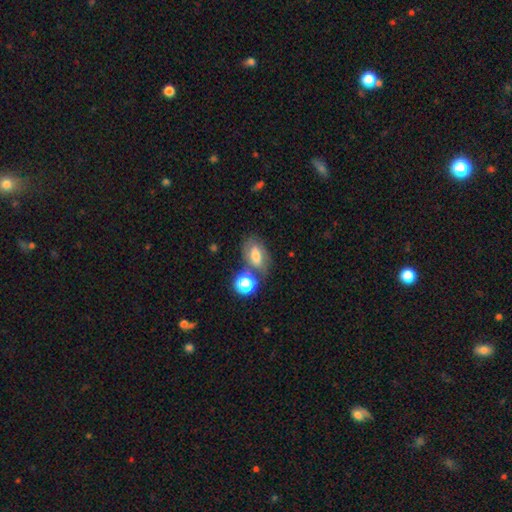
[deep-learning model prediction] This appears to be a smooth galaxy with no disk features (64%) that is in between round and cigar-shaped (82%). Merging: none (57%).